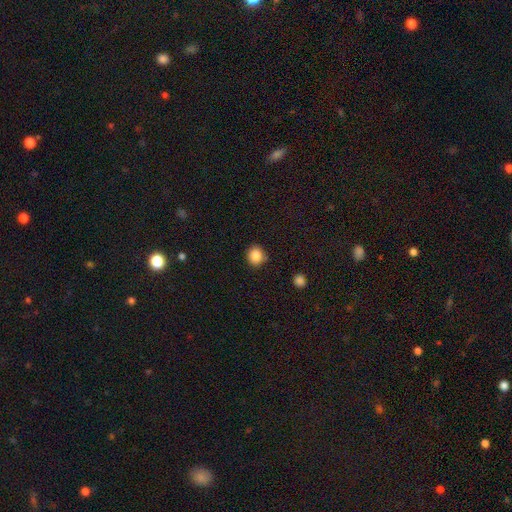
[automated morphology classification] This appears to be a smooth galaxy with no disk features (86%) that is round (82%). Merging: none (82%).